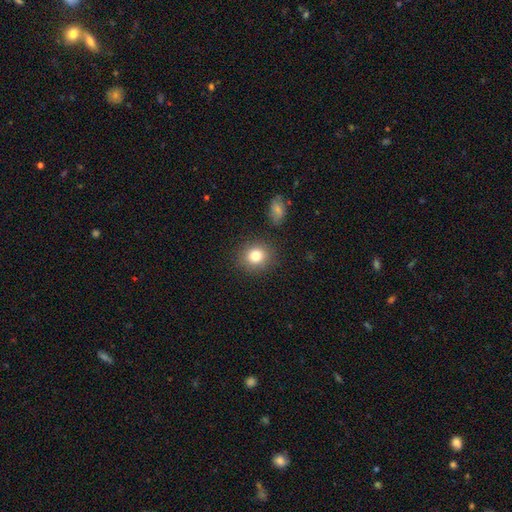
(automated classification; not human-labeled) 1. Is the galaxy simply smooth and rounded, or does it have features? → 80% smooth, 11% star or artifact, 8% featured or disk.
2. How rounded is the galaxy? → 79% round, 20% in between, 1% cigar-shaped.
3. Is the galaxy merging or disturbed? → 86% none, 8% minor disturbance, 3% major disturbance, 3% merger.